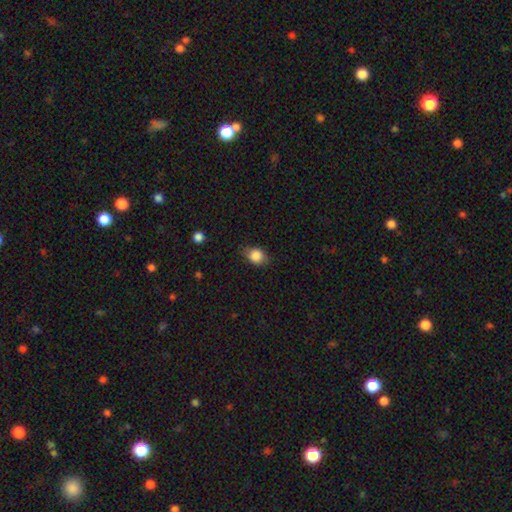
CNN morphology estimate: A smooth galaxy with no disk features (85%) that is in between round and cigar-shaped (54%). Merging: none (71%).